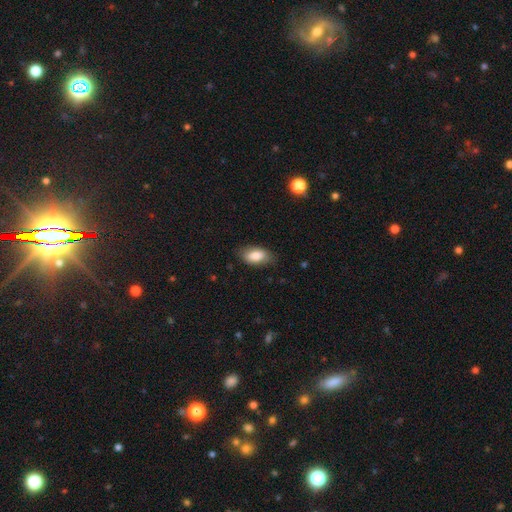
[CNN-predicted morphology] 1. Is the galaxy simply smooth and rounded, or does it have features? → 83% smooth, 10% featured or disk, 7% star or artifact.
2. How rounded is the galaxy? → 92% in between, 4% round, 4% cigar-shaped.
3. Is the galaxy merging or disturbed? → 80% none, 16% minor disturbance, 3% major disturbance, 1% merger.